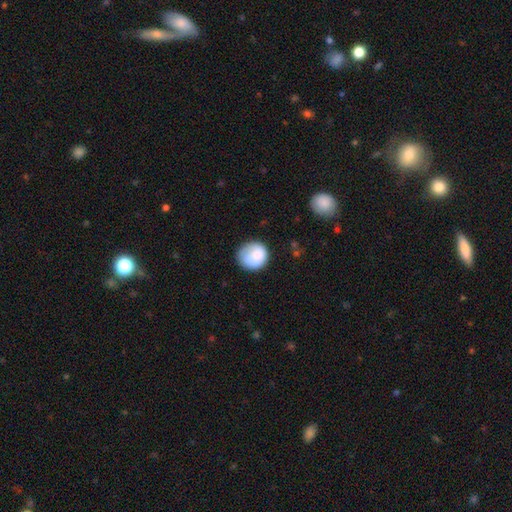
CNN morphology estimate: Smooth or featured? Predicted: smooth (p=0.84). How rounded? Predicted: round (p=0.85). Merging? Predicted: none (p=0.72).